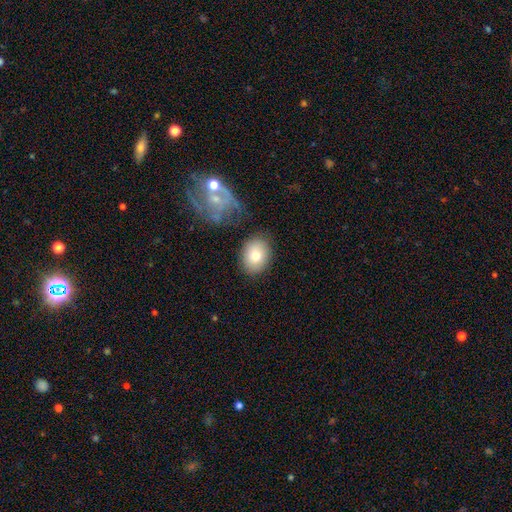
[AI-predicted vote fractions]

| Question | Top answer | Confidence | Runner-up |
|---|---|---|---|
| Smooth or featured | smooth | 76% | featured or disk (15%) |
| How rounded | in between | 54% | round (45%) |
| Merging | none | 80% | minor disturbance (12%) |